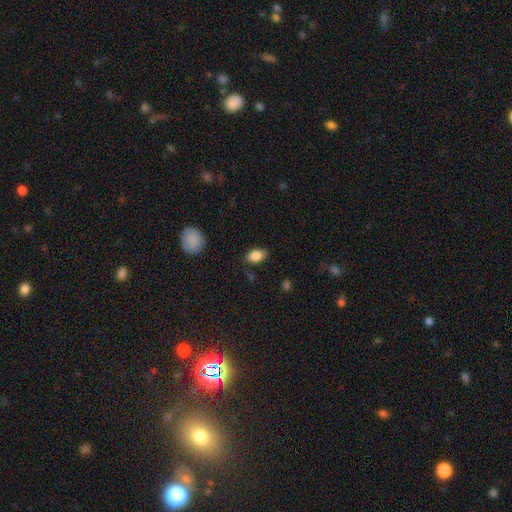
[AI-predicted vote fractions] Smooth or featured? smooth (86%)
How rounded? in between (88%)
Merging? none (81%)